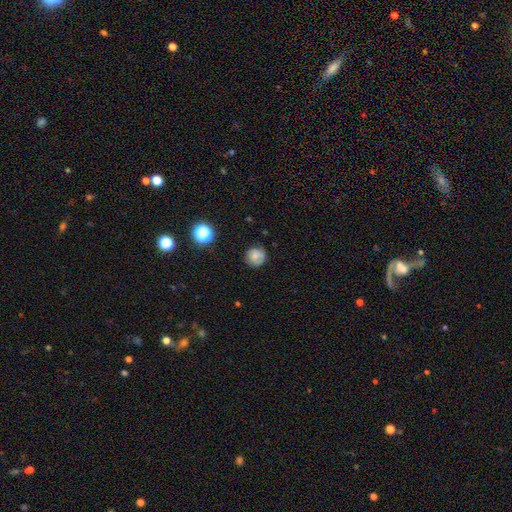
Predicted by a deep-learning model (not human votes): Overall: smooth (73%). How rounded: round (91%). Merging: none (77%).